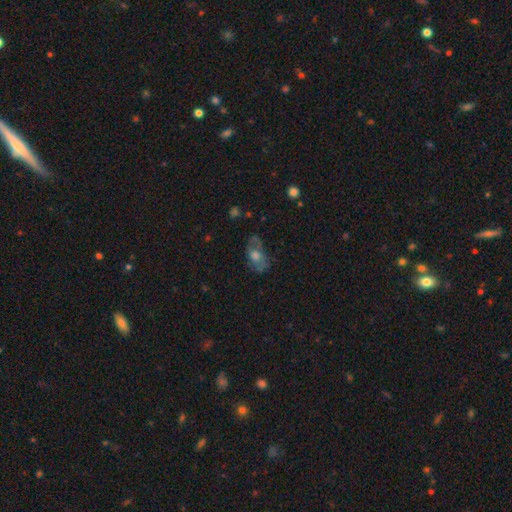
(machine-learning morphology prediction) smooth_or_featured: featured or disk (p=0.50) [alt: smooth p=0.37]
disk_edge_on: no (p=0.89) [alt: yes p=0.11]
merging: none (p=0.58) [alt: minor disturbance p=0.24]